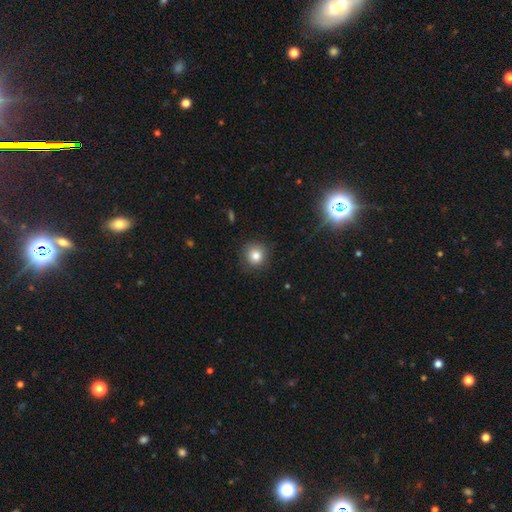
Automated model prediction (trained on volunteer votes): smooth_or_featured: smooth (p=0.82) [alt: star or artifact p=0.11]
how_rounded: round (p=0.90) [alt: in between p=0.09]
merging: none (p=0.84) [alt: minor disturbance p=0.12]